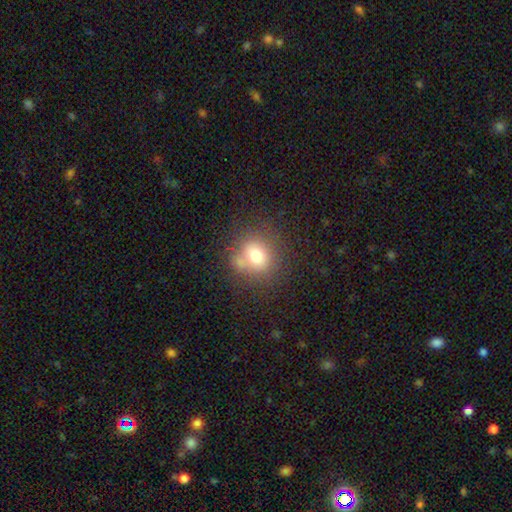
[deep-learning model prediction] Morphology: type=smooth (72%); roundness=round (80%); merging=none (67%).